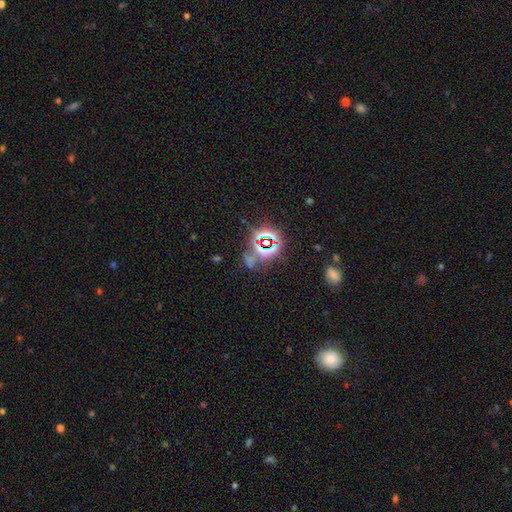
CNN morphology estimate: Smooth or featured: star or artifact — 77% (smooth — 13%)